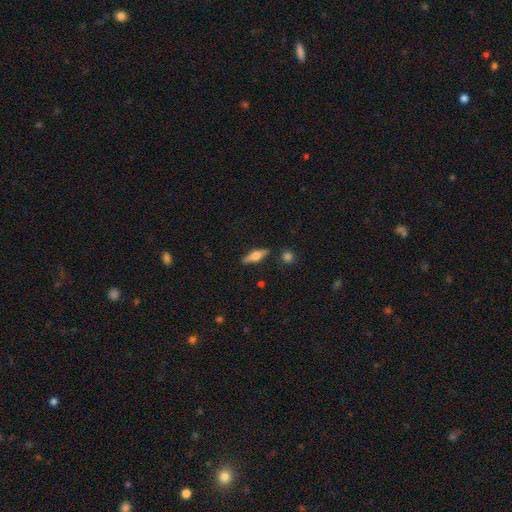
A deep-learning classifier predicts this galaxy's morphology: featured or disk 52%, smooth 41%, star or artifact 7%. Down the decision tree: edge-on disk — yes (93%); merging — none (85%).